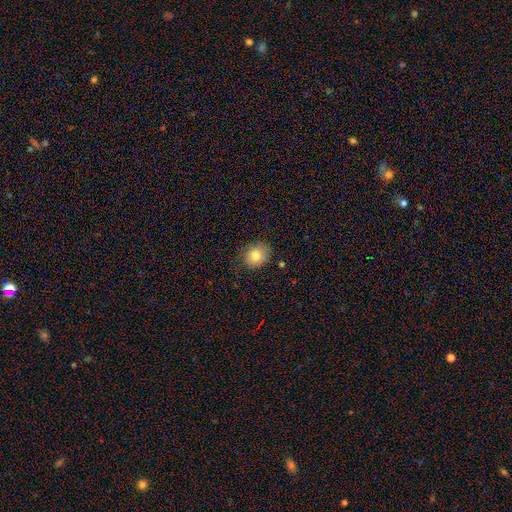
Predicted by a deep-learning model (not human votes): smooth_or_featured: smooth (p=0.78) [alt: featured or disk p=0.12]
how_rounded: round (p=0.60) [alt: in between p=0.39]
merging: none (p=0.79) [alt: minor disturbance p=0.16]